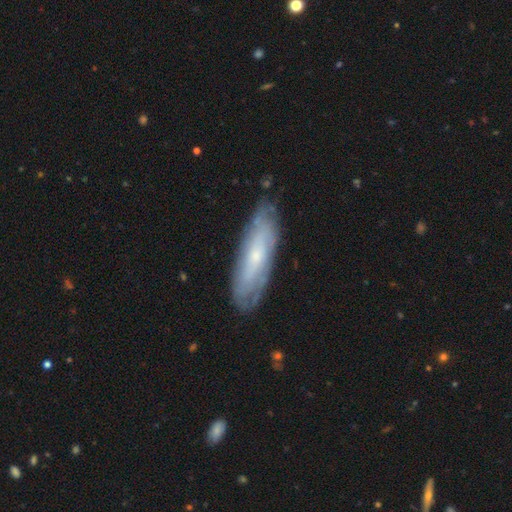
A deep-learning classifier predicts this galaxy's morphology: A featured or disk galaxy (58%).

Vote fractions:
- Smooth or featured? featured or disk: 58% / smooth: 36% / star or artifact: 7%
- Edge-on disk? no: 67% / yes: 33%
- Merging? none: 78% / minor disturbance: 16% / major disturbance: 4% / merger: 1%